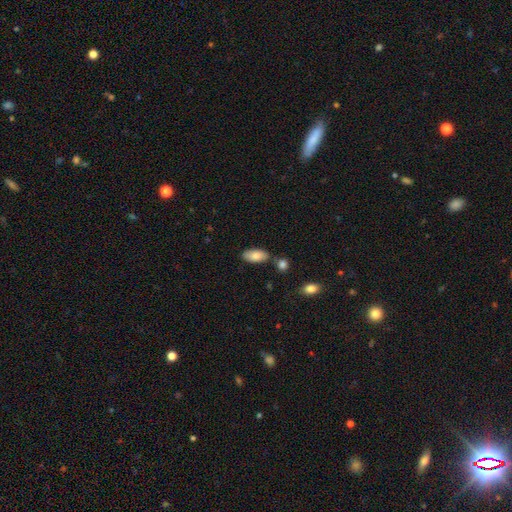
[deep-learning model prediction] A smooth galaxy with no disk features (83%) that is in between round and cigar-shaped (92%).

Vote fractions:
- Smooth or featured? smooth: 83% / featured or disk: 10% / star or artifact: 7%
- How rounded? in between: 92% / cigar-shaped: 6% / round: 2%
- Merging? none: 74% / minor disturbance: 14% / merger: 9% / major disturbance: 3%